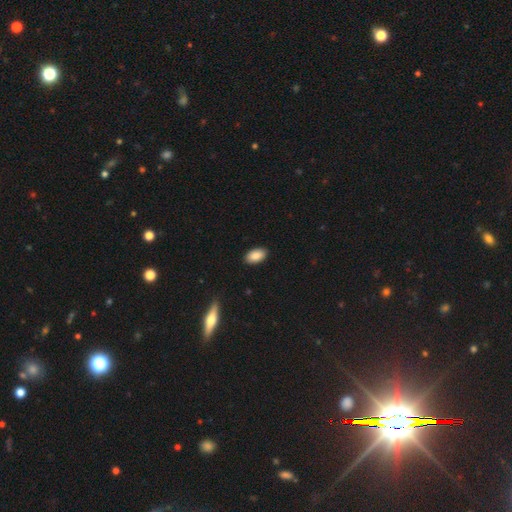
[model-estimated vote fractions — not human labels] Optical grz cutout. It shows a smooth galaxy with no disk features (86%) that is in between round and cigar-shaped (94%). Merging: none (89%).